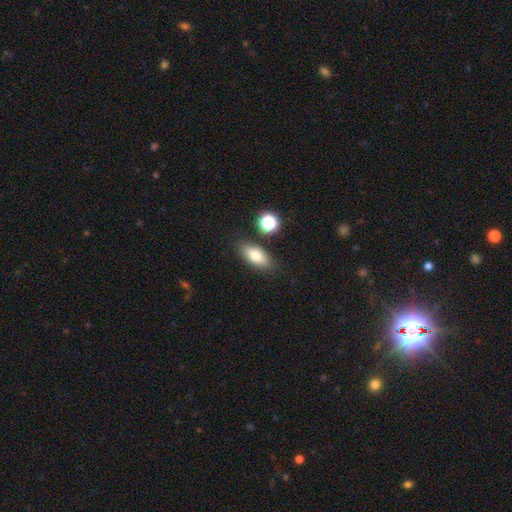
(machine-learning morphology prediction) Smooth or featured: smooth — 77% (featured or disk — 14%)
How rounded: in between — 81% (cigar-shaped — 12%)
Merging: none — 82% (minor disturbance — 11%)